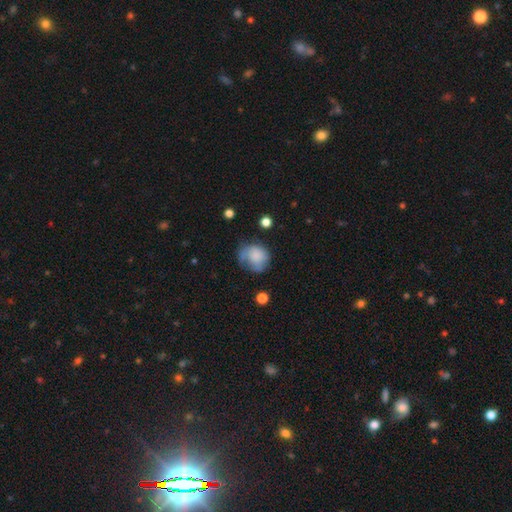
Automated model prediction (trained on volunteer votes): Smooth or featured: smooth — 70% (featured or disk — 21%)
How rounded: round — 69% (in between — 30%)
Merging: none — 39% (minor disturbance — 32%)